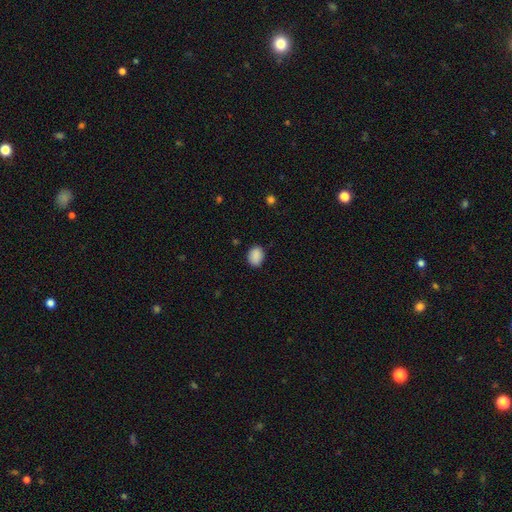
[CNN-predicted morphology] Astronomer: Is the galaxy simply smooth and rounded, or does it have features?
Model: smooth — 89%.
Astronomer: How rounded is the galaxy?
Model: in between — 56% (runner-up: round, 43%).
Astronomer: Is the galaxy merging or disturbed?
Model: none — 84%.